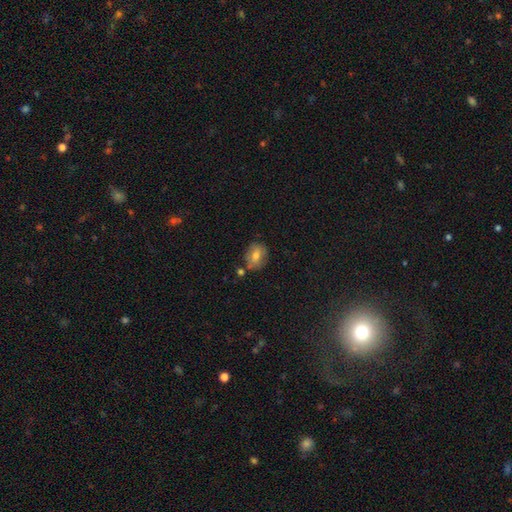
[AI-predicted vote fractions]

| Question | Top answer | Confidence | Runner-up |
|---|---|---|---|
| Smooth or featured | smooth | 69% | featured or disk (21%) |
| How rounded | round | 54% | in between (45%) |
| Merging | none | 71% | minor disturbance (17%) |